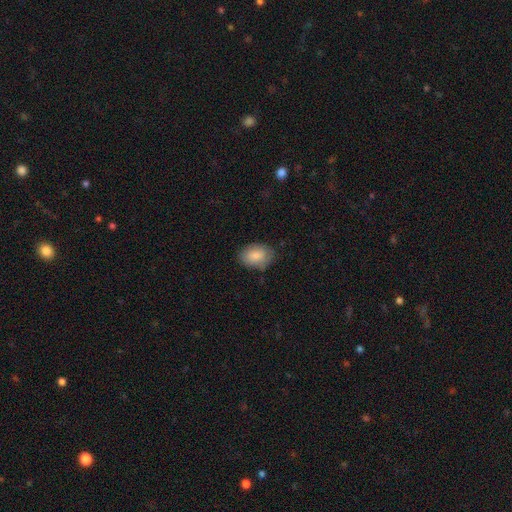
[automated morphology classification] type=smooth (86%); roundness=in between (82%); merging=none (78%).